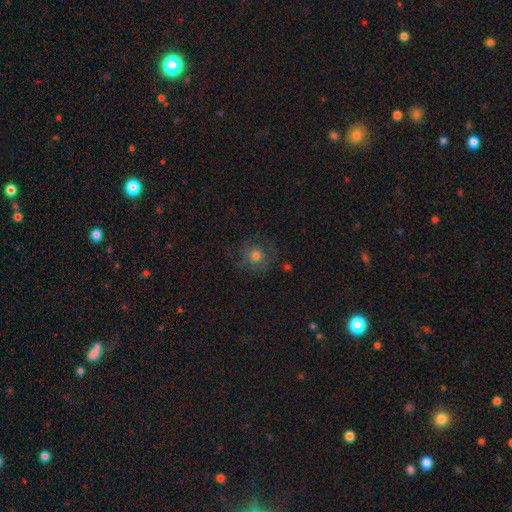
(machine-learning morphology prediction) This appears to be a smooth galaxy with no disk features (52%) that is round (89%). Merging: none (72%).